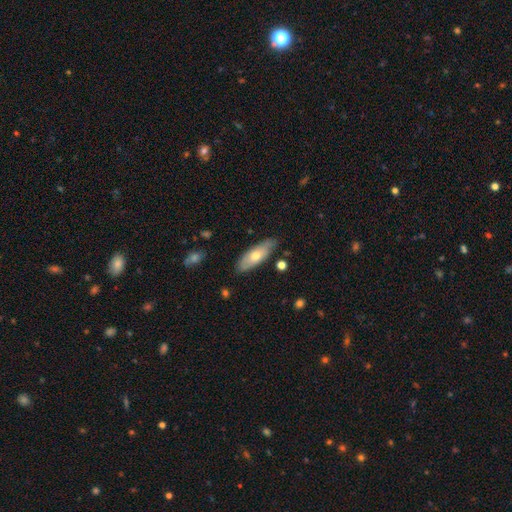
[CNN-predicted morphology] smooth_or_featured: smooth (p=0.61) [alt: featured or disk p=0.33]
how_rounded: in between (p=0.68) [alt: cigar-shaped p=0.30]
merging: none (p=0.81) [alt: minor disturbance p=0.14]